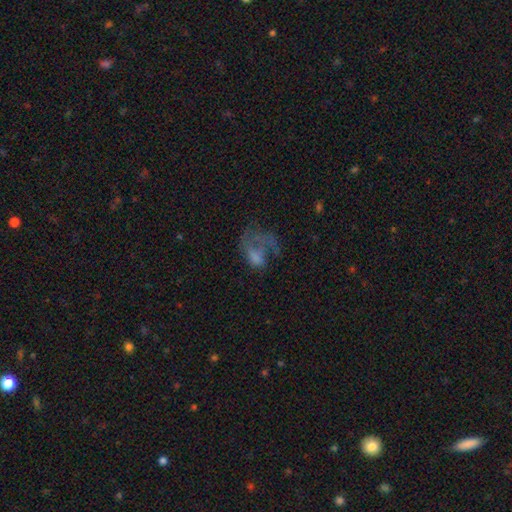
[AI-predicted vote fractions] A featured or disk galaxy (49%). Merging: major disturbance (54%).